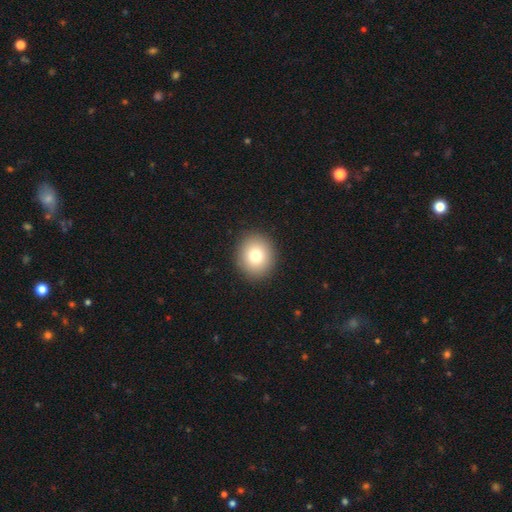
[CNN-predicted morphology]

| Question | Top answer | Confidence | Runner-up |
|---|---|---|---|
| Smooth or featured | smooth | 77% | featured or disk (12%) |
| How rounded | round | 79% | in between (20%) |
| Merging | none | 91% | minor disturbance (6%) |